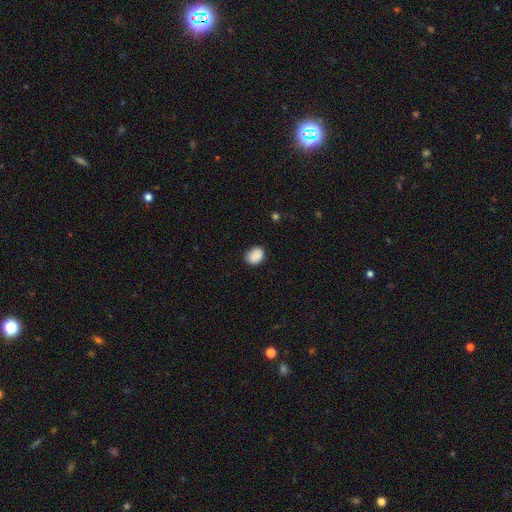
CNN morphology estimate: Q: Smooth or featured?
A: smooth (89%); runner-up: star or artifact (8%)
Q: How rounded?
A: in between (54%); runner-up: round (45%)
Q: Merging?
A: none (82%); runner-up: minor disturbance (14%)